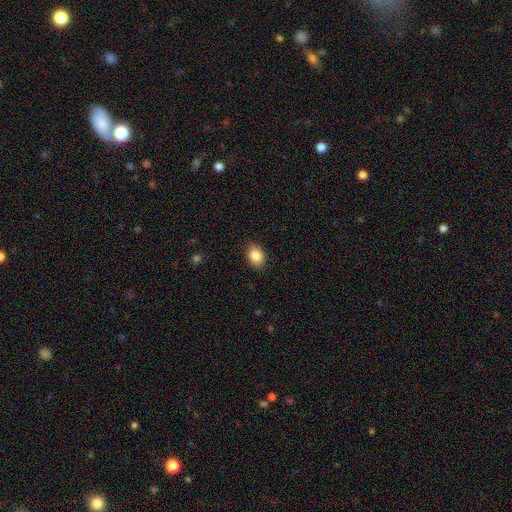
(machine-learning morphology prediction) Overall: smooth (86%). How rounded: in between (71%). Merging: none (85%).